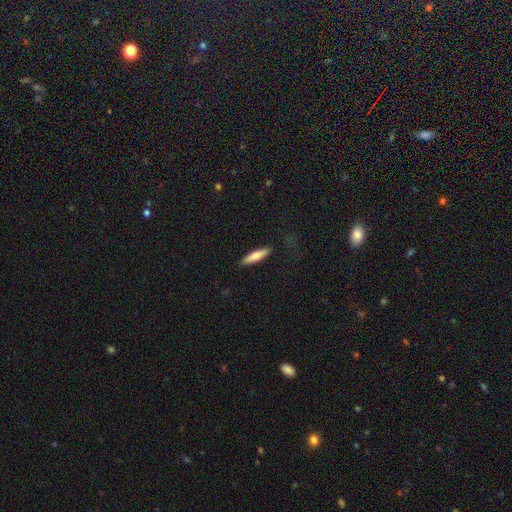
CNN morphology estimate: Overall: smooth (75%). How rounded: cigar-shaped (79%). Merging: none (87%).